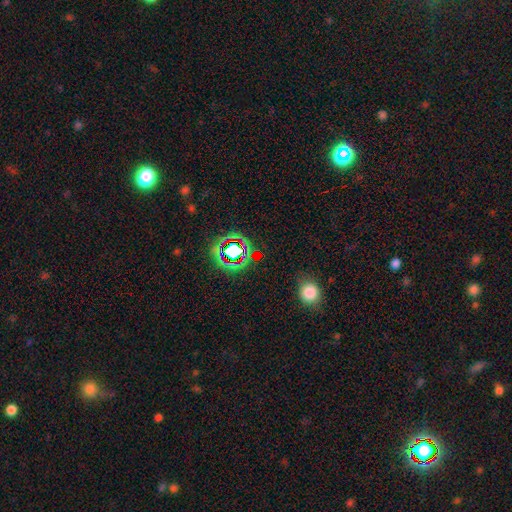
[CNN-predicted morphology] type=star or artifact (65%).